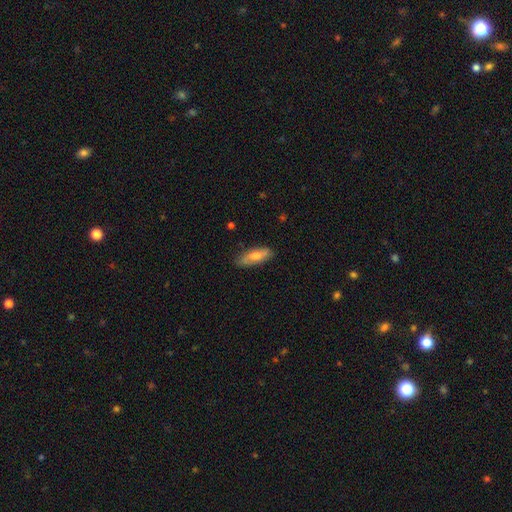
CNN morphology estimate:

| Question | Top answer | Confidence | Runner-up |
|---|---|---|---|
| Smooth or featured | smooth | 62% | featured or disk (31%) |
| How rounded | in between | 59% | cigar-shaped (38%) |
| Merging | none | 77% | minor disturbance (18%) |